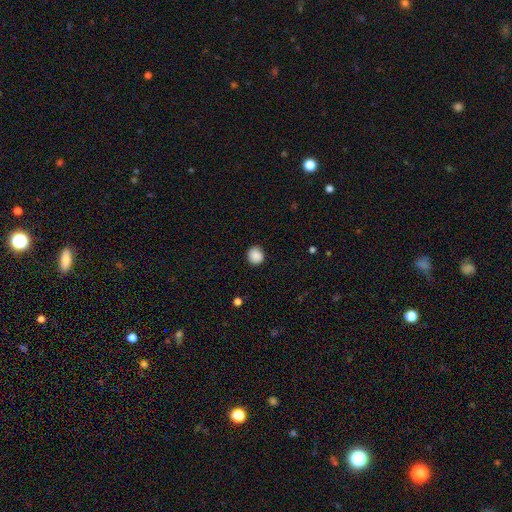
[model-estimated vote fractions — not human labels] This appears to be a smooth galaxy with no disk features (89%) that is round (90%). Merging: none (90%).